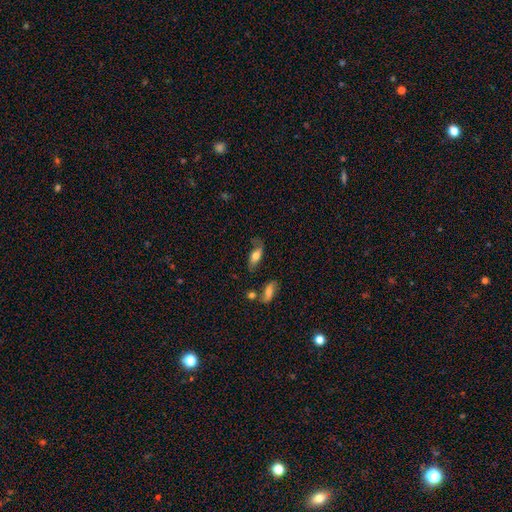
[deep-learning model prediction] This appears to be a smooth galaxy with no disk features (61%) that is in between round and cigar-shaped (78%). Merging: none (58%).